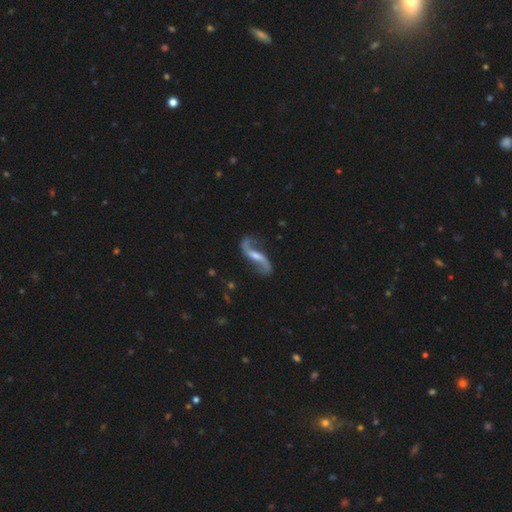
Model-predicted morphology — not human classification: Smooth or featured: featured or disk — 90% (smooth — 6%)
Edge-on disk: no — 94% (yes — 6%)
Bar: weak — 41% (strong — 33%)
Spiral arms: yes — 97% (no — 3%)
Spiral winding: loose — 82% (medium — 14%)
Spiral arm count: 2 — 93% (1 — 2%)
Bulge size: small — 42% (moderate — 40%)
Merging: none — 75% (minor disturbance — 15%)